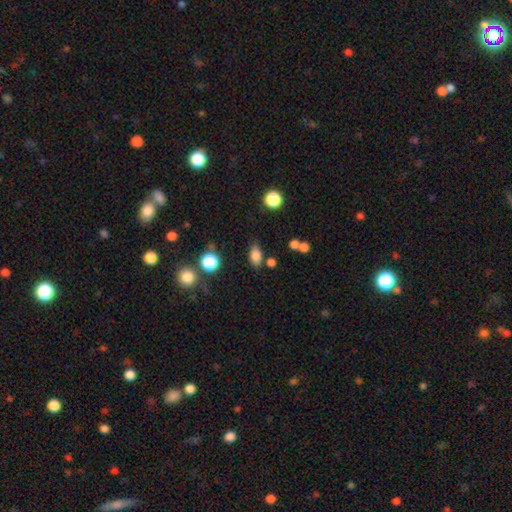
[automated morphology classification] smooth_or_featured: smooth (p=0.82) [alt: star or artifact p=0.11]
how_rounded: in between (p=0.85) [alt: round p=0.10]
merging: none (p=0.75) [alt: minor disturbance p=0.14]